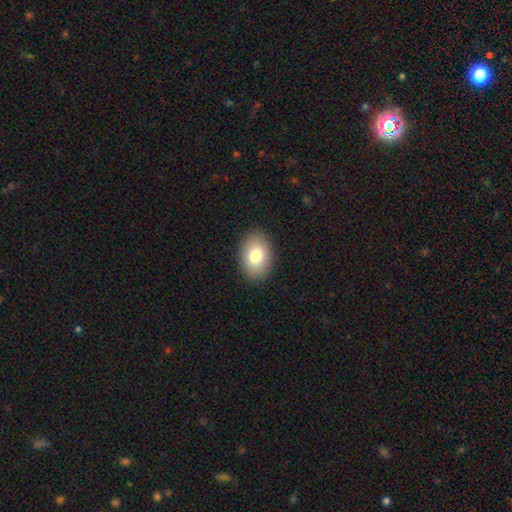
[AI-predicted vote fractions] Smooth or featured?
  - smooth: 80% *
  - featured or disk: 12%
  - star or artifact: 8%
How rounded?
  - in between: 82% *
  - round: 17%
  - cigar-shaped: 1%
Merging?
  - none: 89% *
  - minor disturbance: 8%
  - major disturbance: 2%
  - merger: 1%